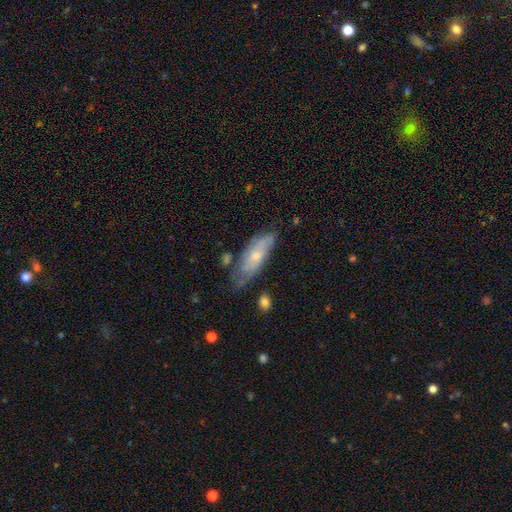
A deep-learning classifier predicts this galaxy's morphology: Smooth or featured? Predicted: smooth (p=0.50). Merging? Predicted: none (p=0.56).